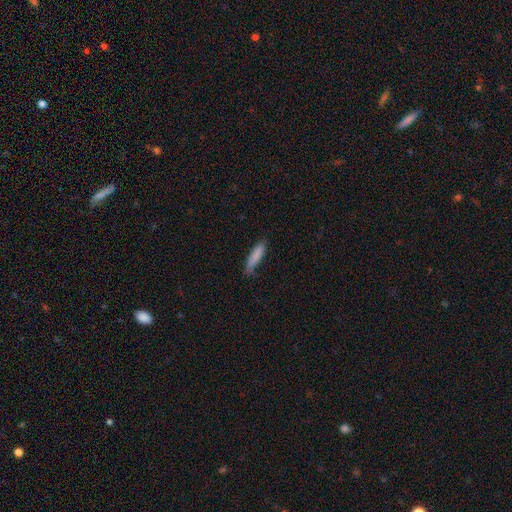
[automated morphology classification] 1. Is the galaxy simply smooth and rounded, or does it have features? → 84% smooth, 9% featured or disk, 6% star or artifact.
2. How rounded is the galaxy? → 76% cigar-shaped, 22% in between, 1% round.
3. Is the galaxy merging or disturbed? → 66% none, 27% minor disturbance, 5% major disturbance, 2% merger.